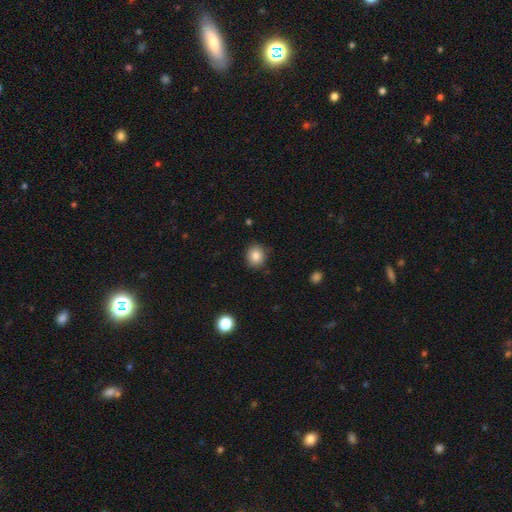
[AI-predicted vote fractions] Smooth or featured?
  - smooth: 84% *
  - star or artifact: 10%
  - featured or disk: 6%
How rounded?
  - round: 81% *
  - in between: 18%
  - cigar-shaped: 1%
Merging?
  - none: 86% *
  - minor disturbance: 10%
  - major disturbance: 2%
  - merger: 1%